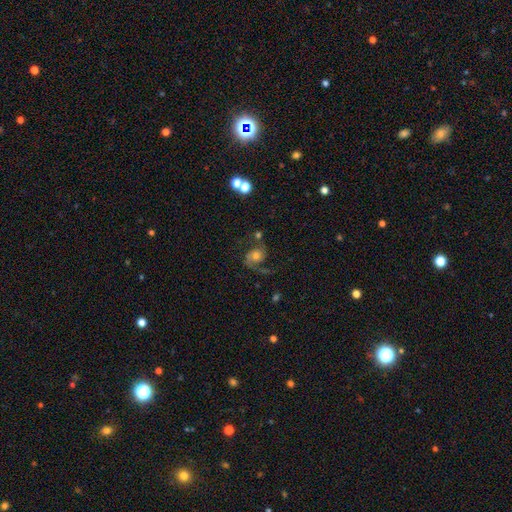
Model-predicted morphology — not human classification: type=featured or disk (77%); edge-on=no (98%); bar=no (71%); spiral arms=yes (95%); winding=loose (44%); arm count=2 (70%); bulge=moderate (56%); merging=none (57%).